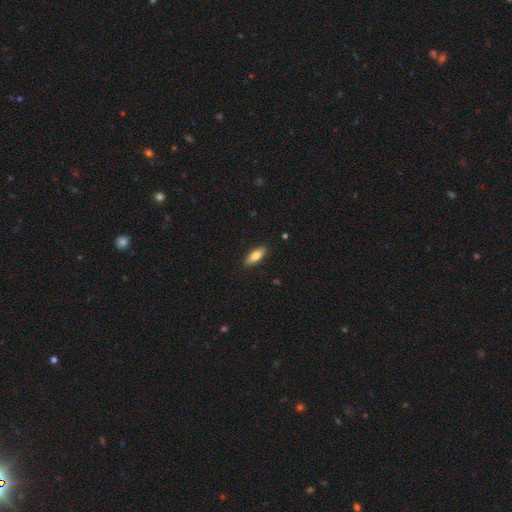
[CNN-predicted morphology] The model was most divided on "how rounded": in between: 69%, cigar-shaped: 28%, round: 2%. More confident: merging — none (89%); smooth or featured — smooth (75%).